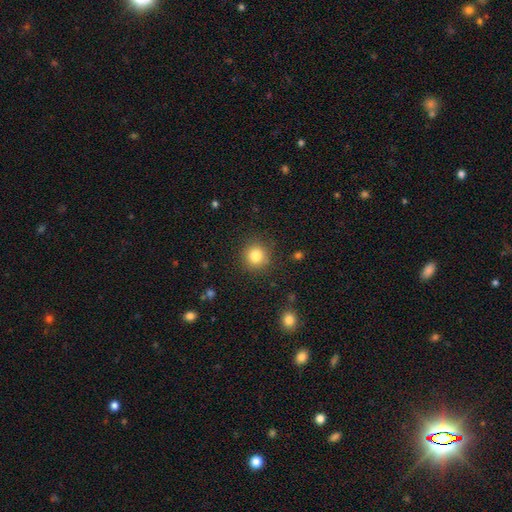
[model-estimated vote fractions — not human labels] smooth-or-featured: smooth: 83% | star or artifact: 11% | featured or disk: 6%
  how-rounded: round: 92% | in between: 7% | cigar-shaped: 1%
  merging: none: 88% | minor disturbance: 8% | major disturbance: 3% | merger: 1%